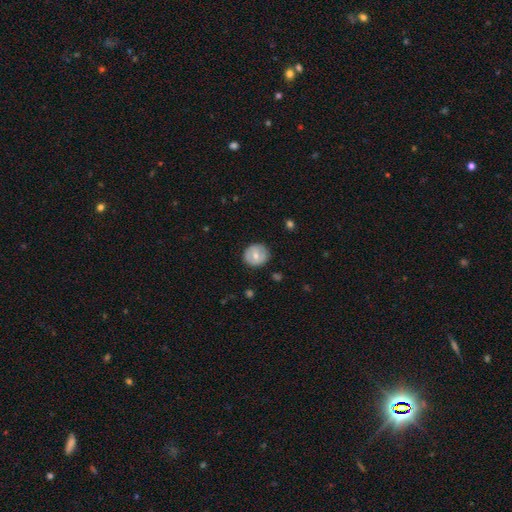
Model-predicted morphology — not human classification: Smooth or featured? Predicted: smooth (p=0.55). How rounded? Predicted: round (p=0.86). Merging? Predicted: none (p=0.84).